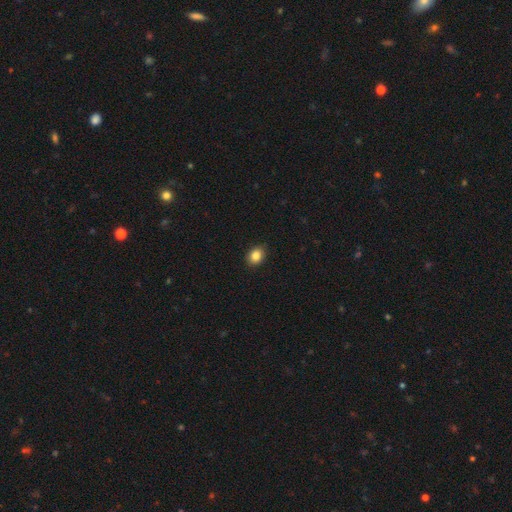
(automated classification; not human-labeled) The model was most divided on "how rounded": in between: 54%, round: 45%, cigar-shaped: 1%. More confident: merging — none (89%); smooth or featured — smooth (86%).